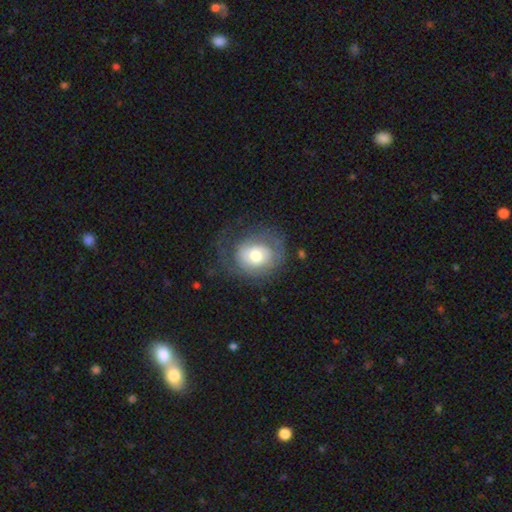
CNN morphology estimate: type=featured or disk (47%); merging=none (56%).